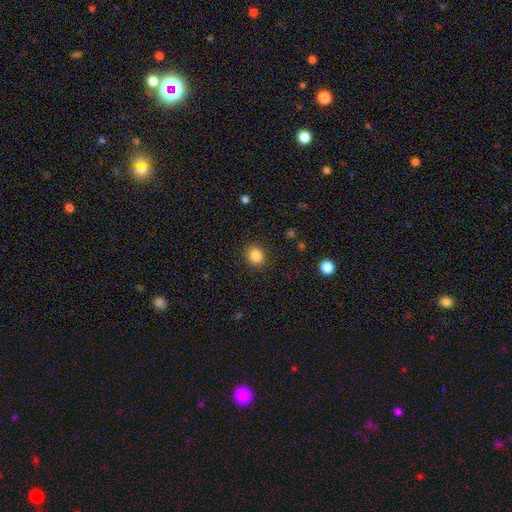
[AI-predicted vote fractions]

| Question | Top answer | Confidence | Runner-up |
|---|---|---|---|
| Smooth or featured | smooth | 85% | star or artifact (10%) |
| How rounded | round | 79% | in between (21%) |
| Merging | none | 90% | minor disturbance (6%) |